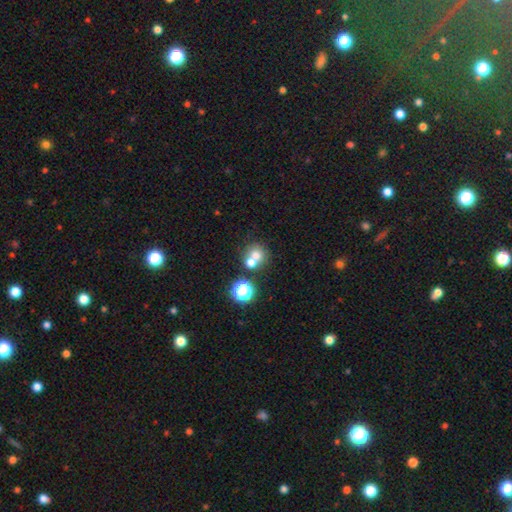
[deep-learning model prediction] Morphology: type=smooth (66%); roundness=round (84%); merging=none (46%).